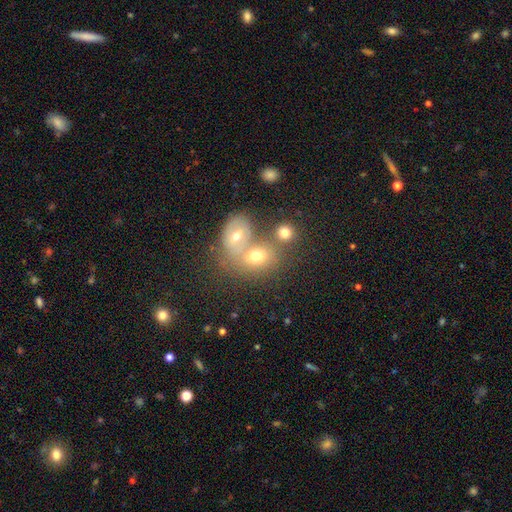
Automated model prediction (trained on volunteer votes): Q: Smooth or featured?
A: smooth (61%); runner-up: featured or disk (24%)
Q: How rounded?
A: in between (55%); runner-up: round (44%)
Q: Merging?
A: merger (52%); runner-up: none (34%)